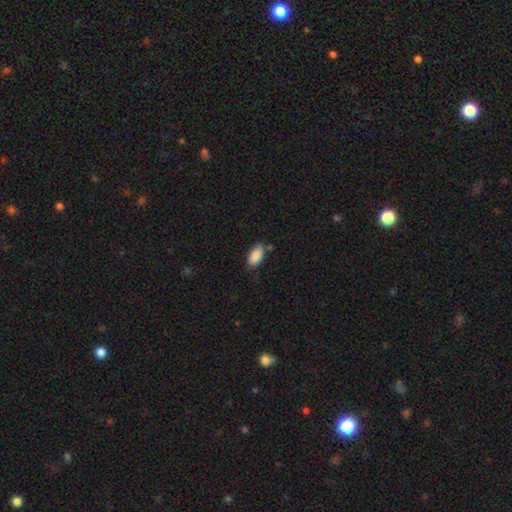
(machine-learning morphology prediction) type=smooth (88%); roundness=in between (93%); merging=none (68%).